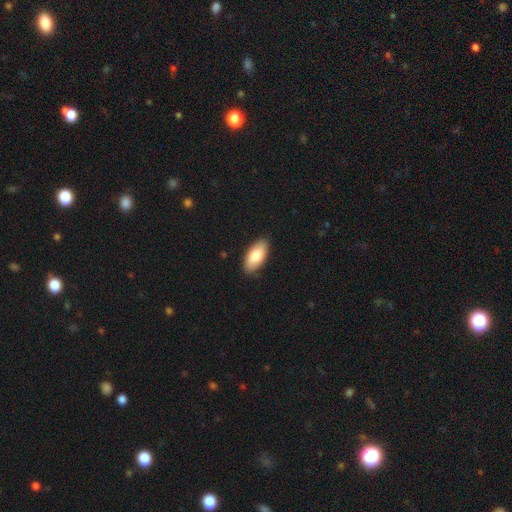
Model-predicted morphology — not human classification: A smooth galaxy with no disk features (81%) that is in between round and cigar-shaped (92%). Merging: none (87%).